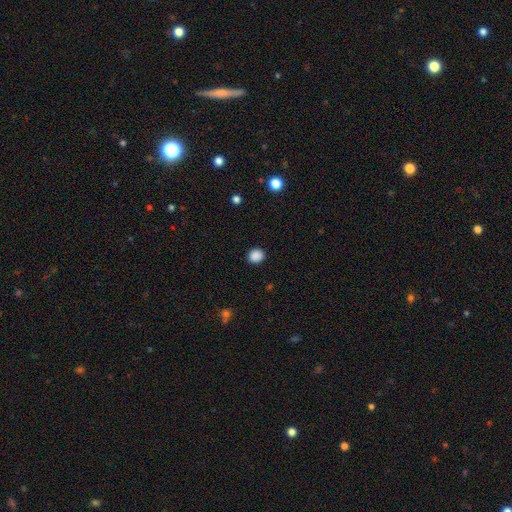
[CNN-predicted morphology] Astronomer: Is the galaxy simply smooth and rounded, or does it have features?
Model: smooth — 88%.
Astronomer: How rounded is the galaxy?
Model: round — 74%.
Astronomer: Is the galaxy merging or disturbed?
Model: none — 90%.